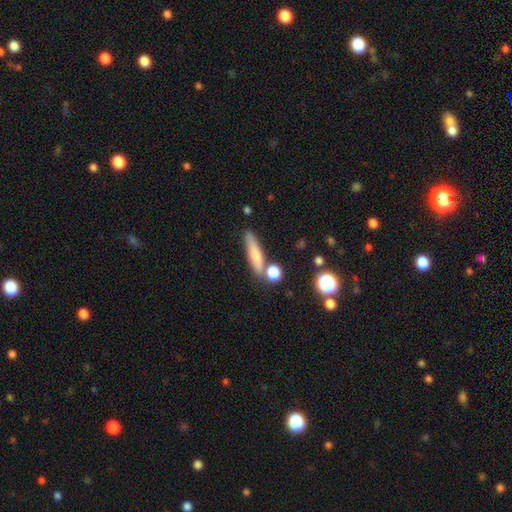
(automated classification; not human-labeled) Overall: smooth (72%). How rounded: cigar-shaped (79%). Merging: none (73%).